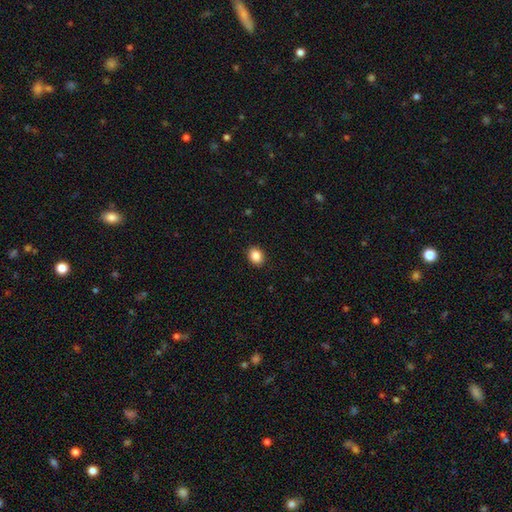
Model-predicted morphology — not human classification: smooth 87%, star or artifact 9%, featured or disk 4%. Down the decision tree: how rounded — in between (51%); merging — none (90%).